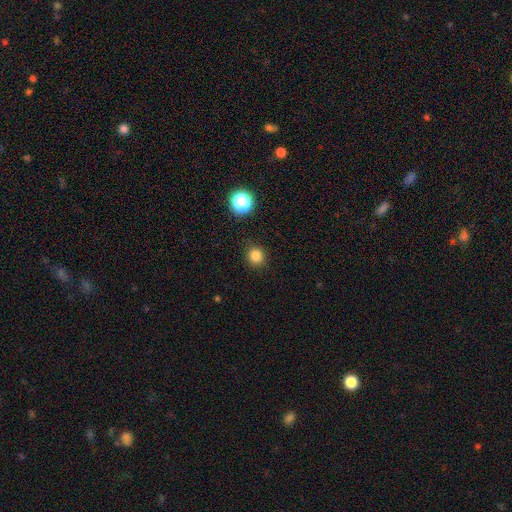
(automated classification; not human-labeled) Smooth or featured? Predicted: smooth (p=0.81). How rounded? Predicted: round (p=0.90). Merging? Predicted: none (p=0.89).